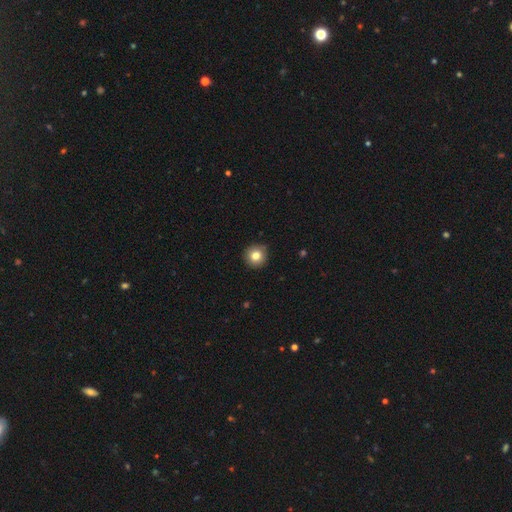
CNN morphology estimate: smooth_or_featured: smooth (p=0.82) [alt: star or artifact p=0.10]
how_rounded: round (p=0.95) [alt: in between p=0.04]
merging: none (p=0.91) [alt: minor disturbance p=0.07]